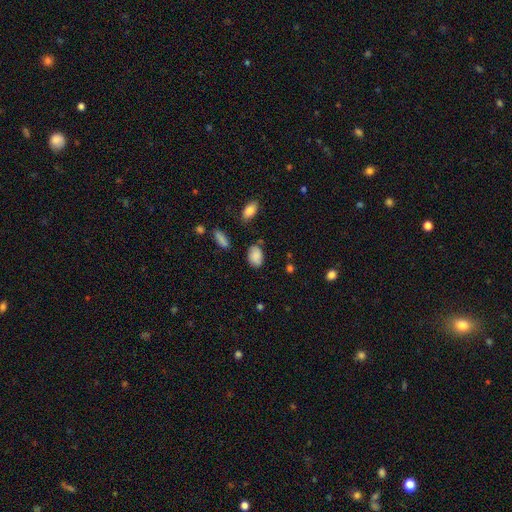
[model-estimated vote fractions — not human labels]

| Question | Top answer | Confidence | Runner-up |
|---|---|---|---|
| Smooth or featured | smooth | 85% | star or artifact (8%) |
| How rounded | in between | 87% | round (12%) |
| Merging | none | 72% | minor disturbance (20%) |